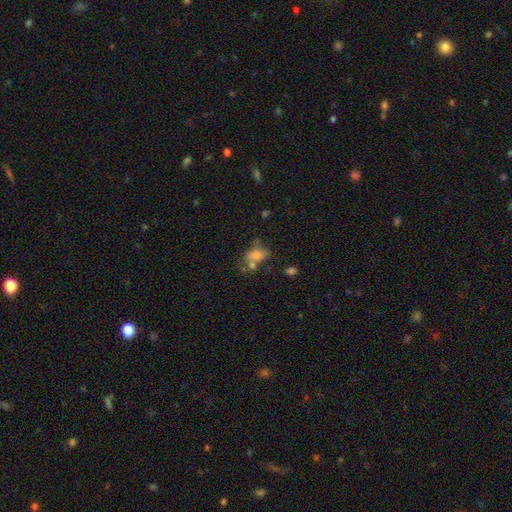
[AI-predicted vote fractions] Q: Smooth or featured?
A: smooth (68%); runner-up: featured or disk (19%)
Q: How rounded?
A: in between (82%); runner-up: round (13%)
Q: Merging?
A: none (34%); runner-up: merger (26%)